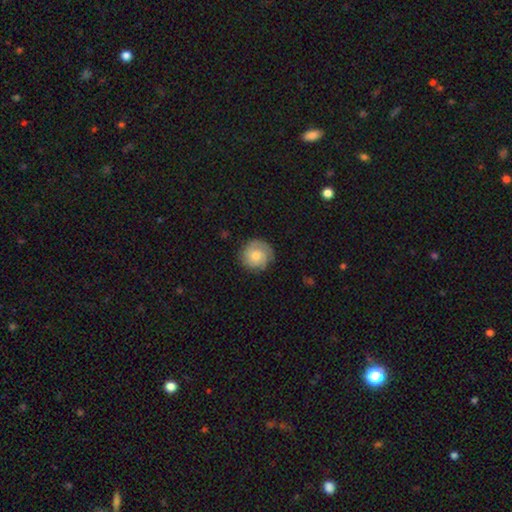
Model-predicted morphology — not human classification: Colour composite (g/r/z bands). It shows a smooth galaxy with no disk features (63%) that is round (93%). Merging: none (81%).